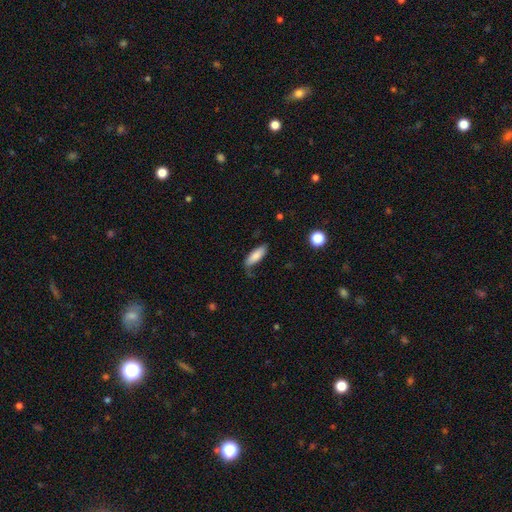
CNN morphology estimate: smooth_or_featured: smooth (p=0.82) [alt: featured or disk p=0.11]
how_rounded: in between (p=0.65) [alt: cigar-shaped p=0.33]
merging: none (p=0.62) [alt: minor disturbance p=0.27]